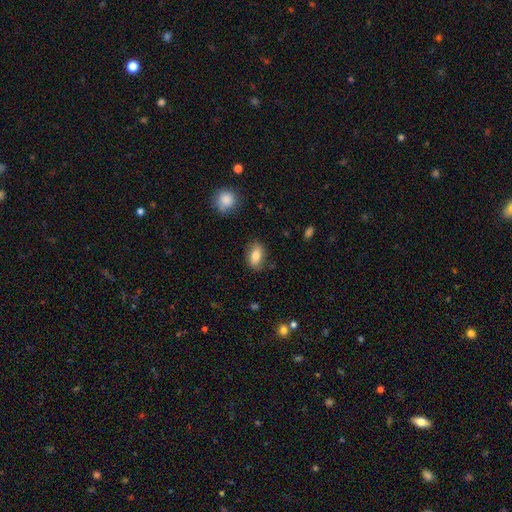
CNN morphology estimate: A smooth galaxy with no disk features (78%) that is in between round and cigar-shaped (87%). Merging: none (82%).